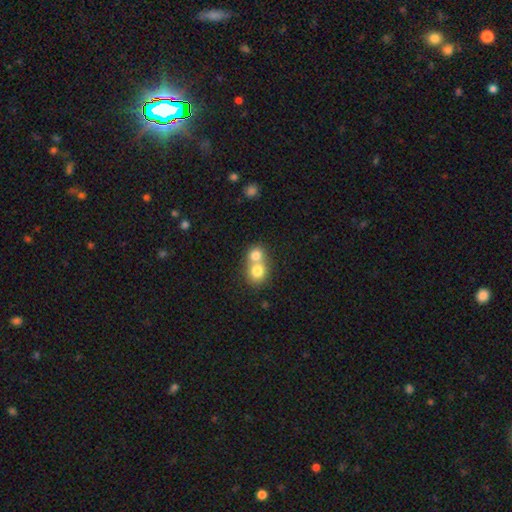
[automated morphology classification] Overall: smooth (77%). How rounded: round (76%). Merging: merger (68%).